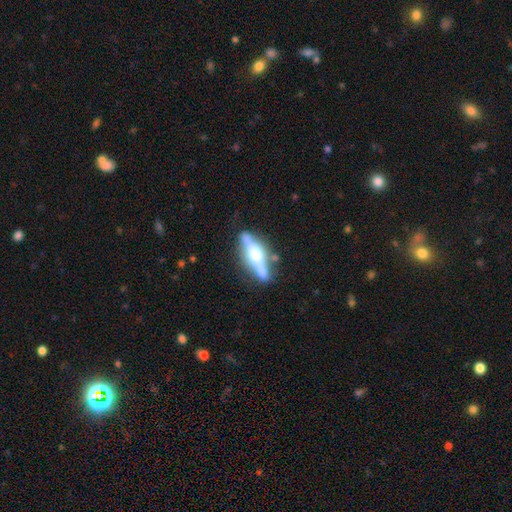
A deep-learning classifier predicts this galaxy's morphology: The model was most divided on "smooth or featured": featured or disk: 71%, smooth: 23%, star or artifact: 6%. More confident: edge-on disk — yes (91%); edge-on bulge — rounded (84%); merging — none (72%).